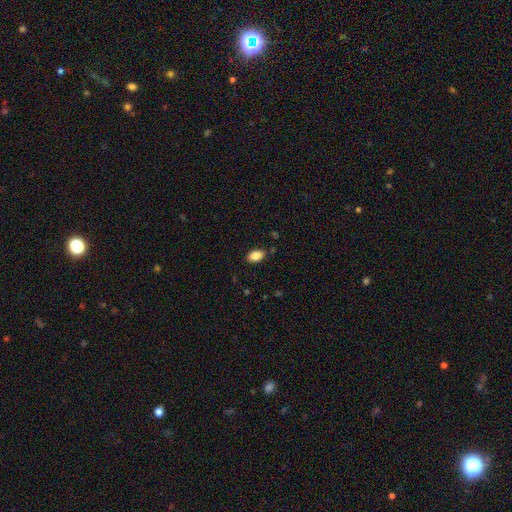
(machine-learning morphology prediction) smooth 86%, star or artifact 8%, featured or disk 6%. Down the decision tree: how rounded — in between (91%); merging — none (86%).